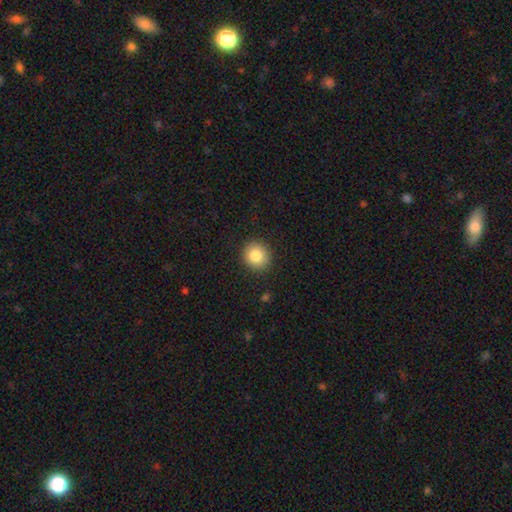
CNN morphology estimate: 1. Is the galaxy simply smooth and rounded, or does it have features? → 84% smooth, 9% star or artifact, 7% featured or disk.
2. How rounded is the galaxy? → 88% round, 11% in between, 1% cigar-shaped.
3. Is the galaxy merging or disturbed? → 90% none, 7% minor disturbance, 2% major disturbance, 1% merger.